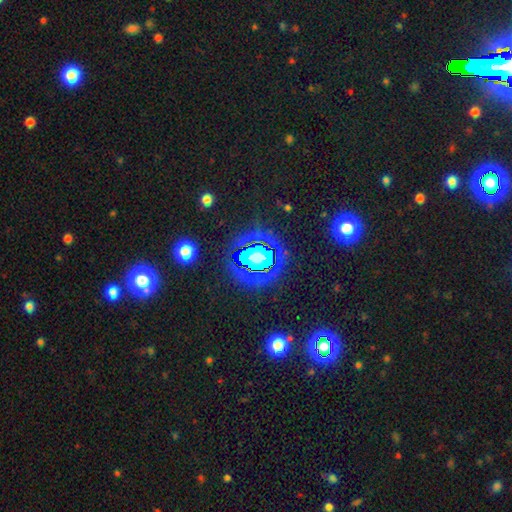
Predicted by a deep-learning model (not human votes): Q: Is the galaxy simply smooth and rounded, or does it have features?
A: star or artifact — 81%.